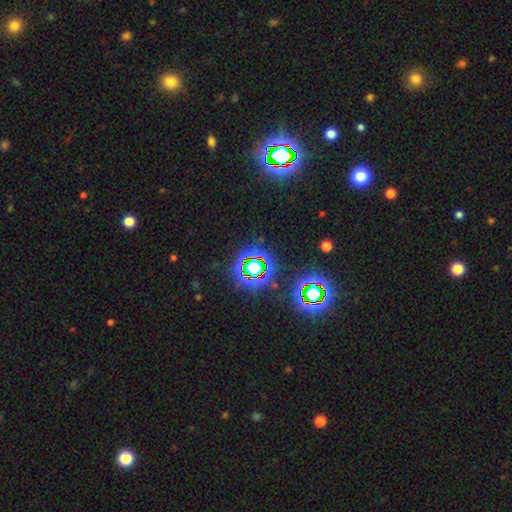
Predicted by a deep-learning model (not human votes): This appears to be a star or artifact, not a galaxy (80%).